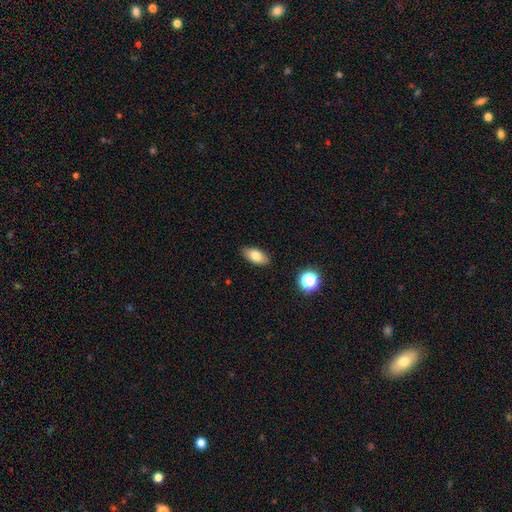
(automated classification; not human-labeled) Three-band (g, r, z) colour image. It shows a smooth galaxy with no disk features (79%) that is in between round and cigar-shaped (89%). Merging: none (88%).